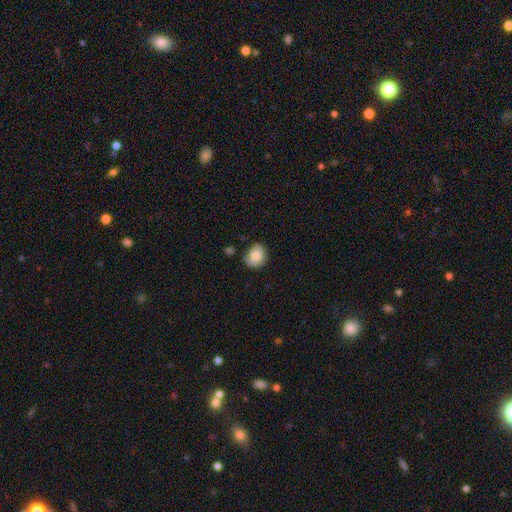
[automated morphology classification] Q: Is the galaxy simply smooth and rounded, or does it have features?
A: smooth — 85%.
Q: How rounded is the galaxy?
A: round — 53%.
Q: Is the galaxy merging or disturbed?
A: none — 61%.